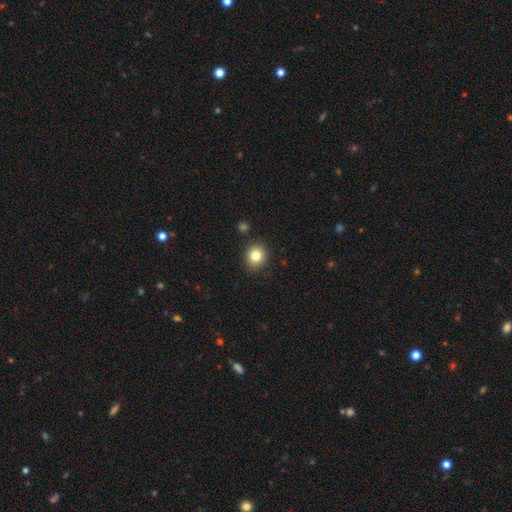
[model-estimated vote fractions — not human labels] Smooth or featured? Predicted: smooth (p=0.82). How rounded? Predicted: round (p=0.84). Merging? Predicted: none (p=0.88).